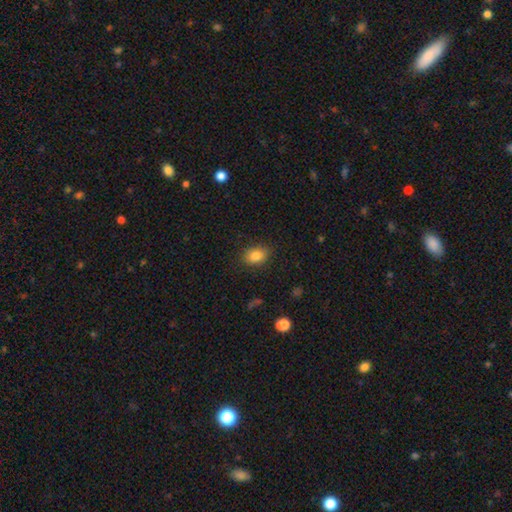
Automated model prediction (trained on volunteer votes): smooth 83%, star or artifact 10%, featured or disk 7%. Down the decision tree: how rounded — in between (70%); merging — none (84%).